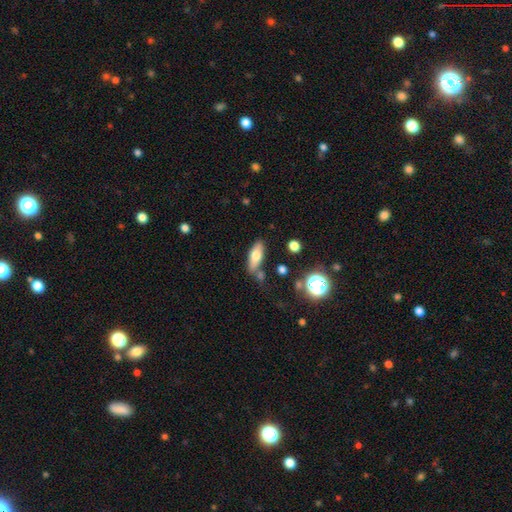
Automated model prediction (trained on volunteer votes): A smooth galaxy with no disk features (67%) that is in between round and cigar-shaped (66%). Merging: none (71%).